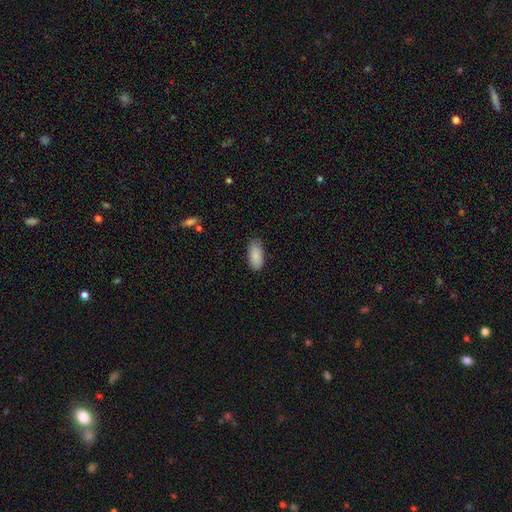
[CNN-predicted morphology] Smooth or featured? smooth (88%)
How rounded? in between (92%)
Merging? none (80%)